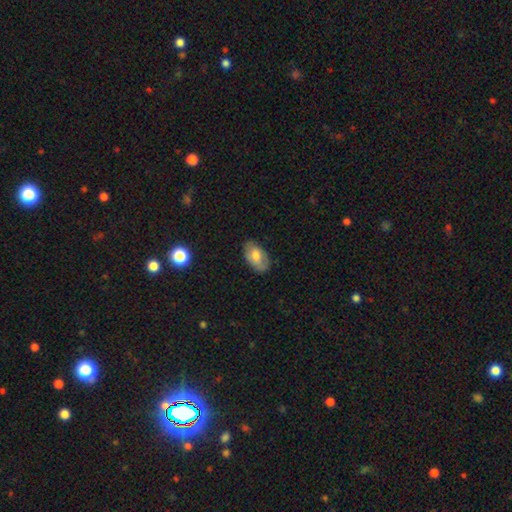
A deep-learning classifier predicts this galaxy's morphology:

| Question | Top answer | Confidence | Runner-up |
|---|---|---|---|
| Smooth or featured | smooth | 63% | featured or disk (30%) |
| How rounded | in between | 92% | round (6%) |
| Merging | none | 77% | minor disturbance (18%) |